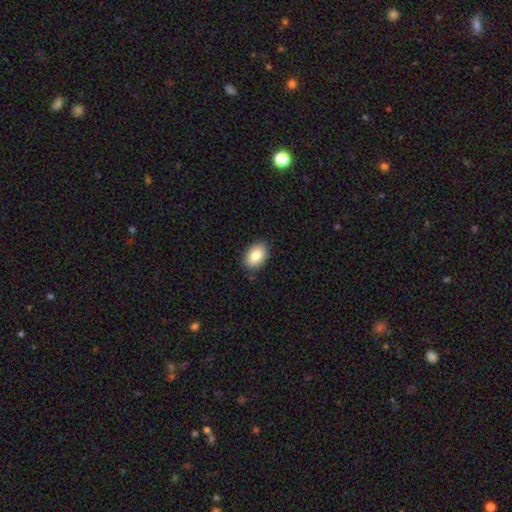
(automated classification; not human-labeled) Smooth or featured: smooth — 85% (featured or disk — 8%)
How rounded: in between — 88% (round — 11%)
Merging: none — 87% (minor disturbance — 10%)